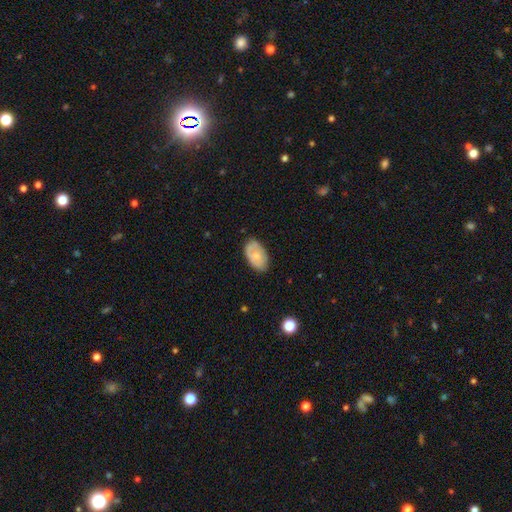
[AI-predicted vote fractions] A smooth galaxy with no disk features (63%) that is in between round and cigar-shaped (92%).

Vote fractions:
- Smooth or featured? smooth: 63% / featured or disk: 31% / star or artifact: 7%
- How rounded? in between: 92% / round: 7% / cigar-shaped: 1%
- Merging? none: 72% / minor disturbance: 22% / major disturbance: 5% / merger: 1%